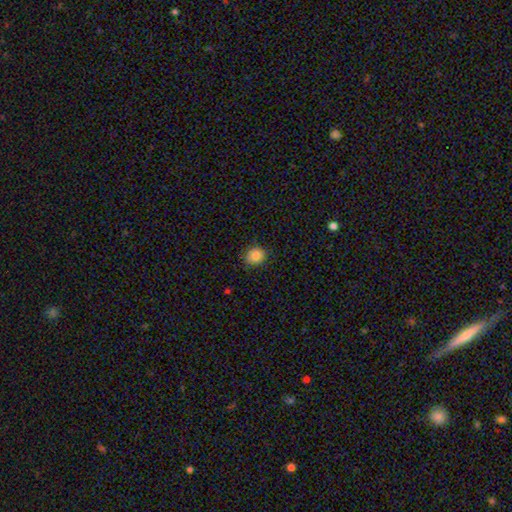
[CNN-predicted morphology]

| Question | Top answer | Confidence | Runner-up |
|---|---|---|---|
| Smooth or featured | smooth | 82% | star or artifact (10%) |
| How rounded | round | 80% | in between (19%) |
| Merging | none | 83% | minor disturbance (13%) |